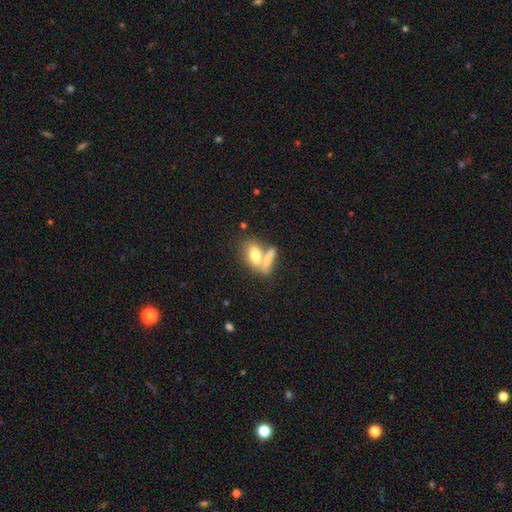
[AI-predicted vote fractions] smooth-or-featured: smooth: 71% | featured or disk: 21% | star or artifact: 7%
  how-rounded: in between: 78% | cigar-shaped: 14% | round: 8%
  merging: merger: 51% | none: 33% | minor disturbance: 10% | major disturbance: 6%